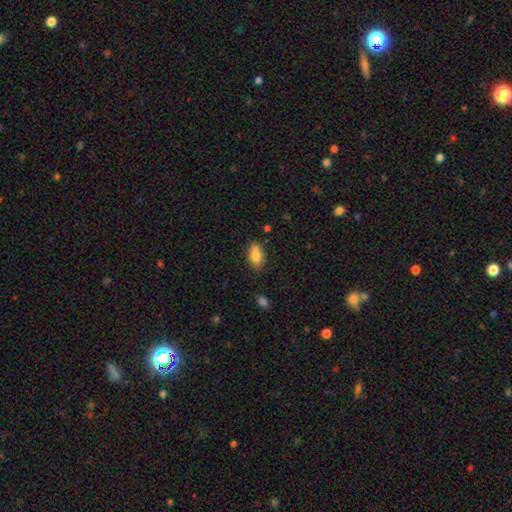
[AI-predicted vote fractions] A smooth galaxy with no disk features (77%) that is in between round and cigar-shaped (84%).

Vote fractions:
- Smooth or featured? smooth: 77% / featured or disk: 14% / star or artifact: 9%
- How rounded? in between: 84% / round: 13% / cigar-shaped: 3%
- Merging? none: 61% / minor disturbance: 23% / merger: 12% / major disturbance: 5%